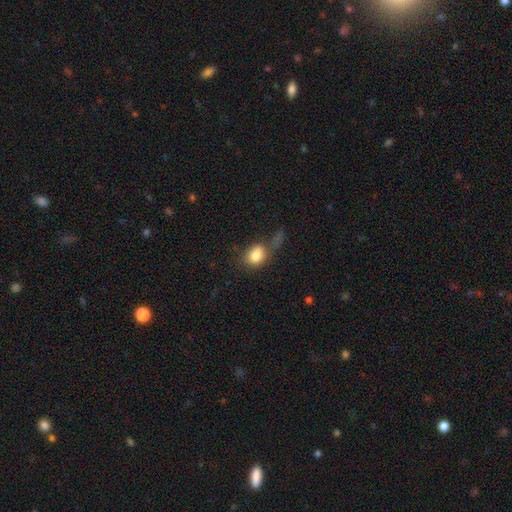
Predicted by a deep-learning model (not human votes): This is clearly a smooth galaxy (80%). How rounded: possibly in between (52%). Merging: marginally none (38%).